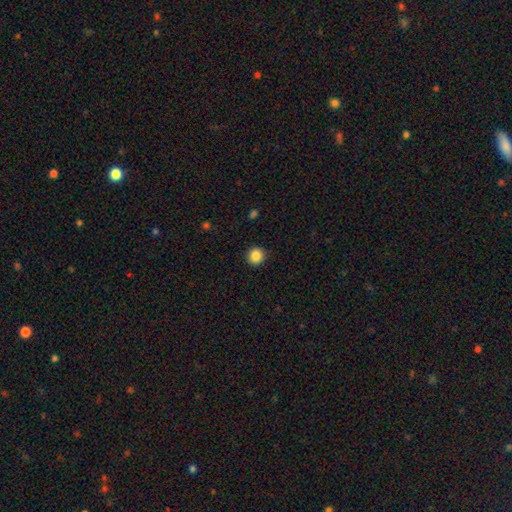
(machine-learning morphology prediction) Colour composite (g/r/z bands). It shows a smooth galaxy with no disk features (87%) that is round (91%). Merging: none (92%).